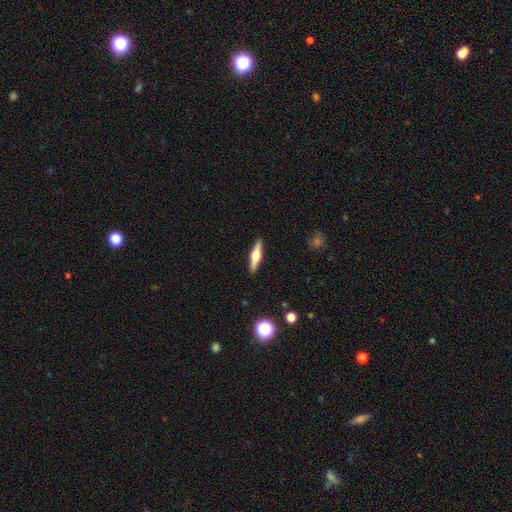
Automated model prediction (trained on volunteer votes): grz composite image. It shows a featured or disk galaxy (61%) viewed edge-on (96%) with a rounded central bulge (94%). Merging: none (91%).